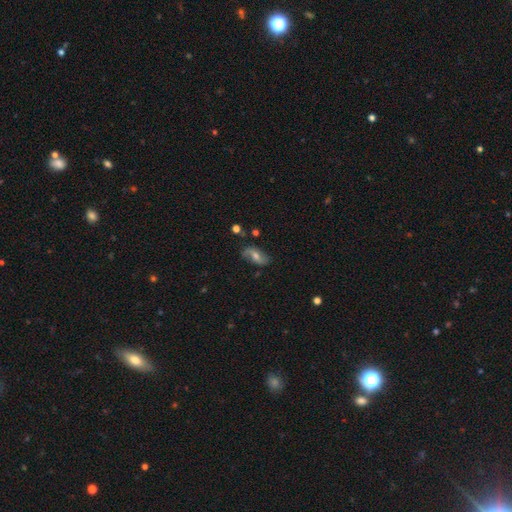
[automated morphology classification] Smooth or featured: featured or disk — 61% (smooth — 29%)
Edge-on disk: no — 91% (yes — 9%)
Bar: no — 49% (weak — 37%)
Spiral arms: yes — 87% (no — 13%)
Bulge size: moderate — 60% (small — 30%)
Merging: none — 73% (minor disturbance — 18%)